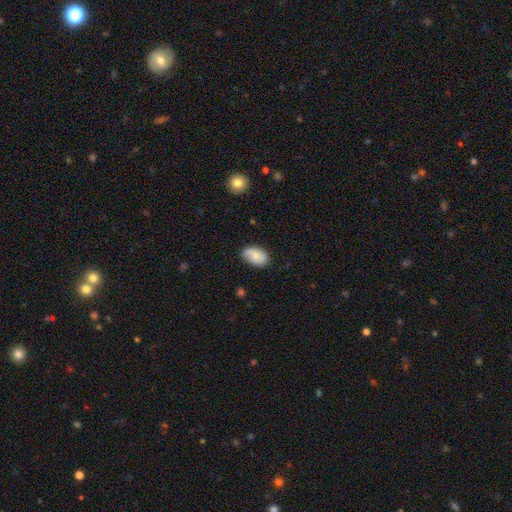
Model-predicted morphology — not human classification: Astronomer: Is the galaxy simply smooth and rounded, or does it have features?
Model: smooth — 69%.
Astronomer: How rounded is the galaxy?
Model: in between — 89%.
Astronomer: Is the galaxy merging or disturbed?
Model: none — 69%.